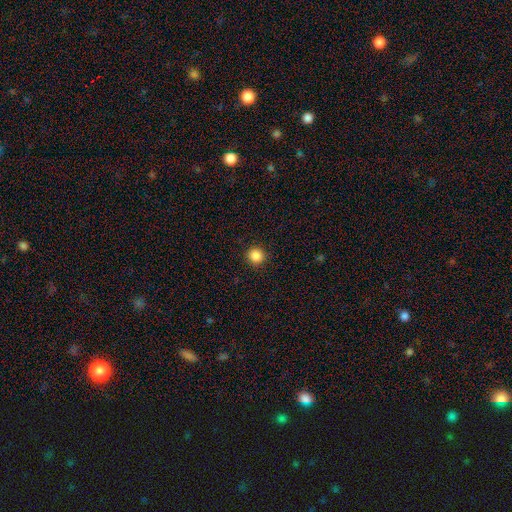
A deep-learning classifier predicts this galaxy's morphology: Smooth or featured?
  - smooth: 87% *
  - star or artifact: 10%
  - featured or disk: 3%
How rounded?
  - round: 94% *
  - in between: 5%
  - cigar-shaped: 1%
Merging?
  - none: 92% *
  - minor disturbance: 5%
  - major disturbance: 2%
  - merger: 1%